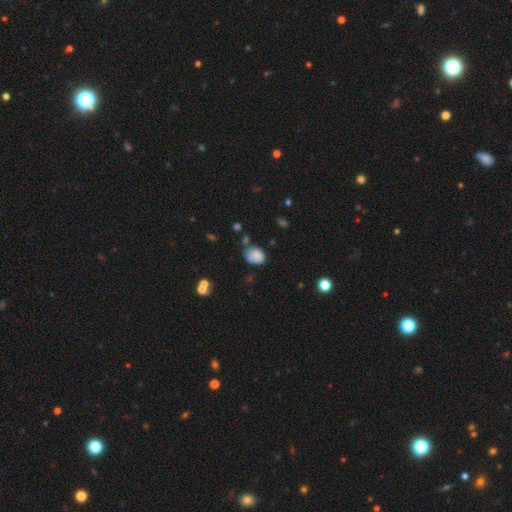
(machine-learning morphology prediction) smooth 82%, star or artifact 10%, featured or disk 8%. Down the decision tree: how rounded — in between (56%); merging — none (58%).